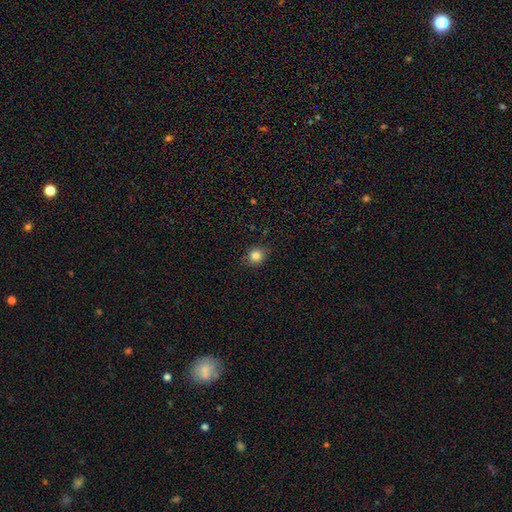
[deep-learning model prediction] smooth_or_featured: smooth (p=0.84) [alt: star or artifact p=0.11]
how_rounded: round (p=0.77) [alt: in between p=0.22]
merging: none (p=0.86) [alt: minor disturbance p=0.11]